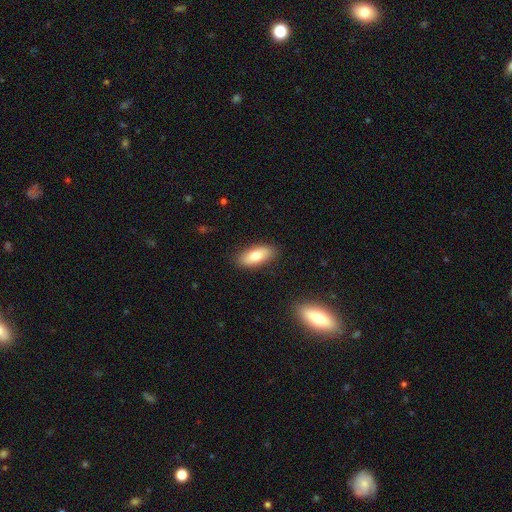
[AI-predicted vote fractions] smooth-or-featured: smooth: 78% | featured or disk: 15% | star or artifact: 6%
  how-rounded: in between: 83% | cigar-shaped: 14% | round: 3%
  merging: none: 87% | minor disturbance: 9% | major disturbance: 2% | merger: 1%